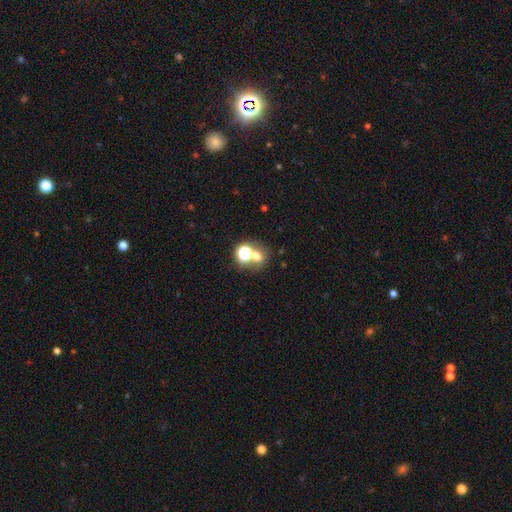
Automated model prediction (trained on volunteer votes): The model was most divided on "merging": none: 51%, merger: 36%, minor disturbance: 8%, major disturbance: 5%. More confident: how rounded — round (75%); smooth or featured — smooth (59%).